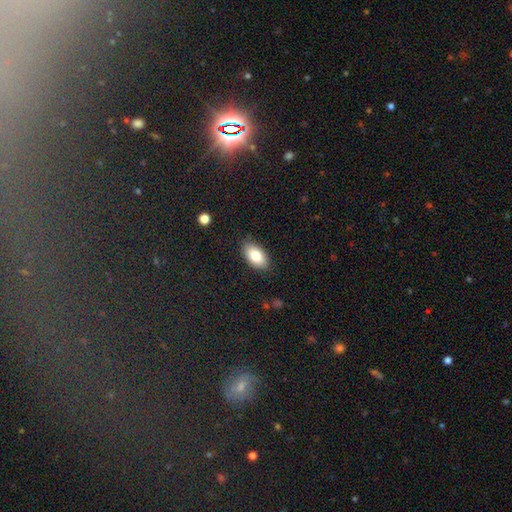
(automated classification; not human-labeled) This is clearly a smooth galaxy (82%). How rounded: clearly in between (94%). Merging: clearly none (86%).